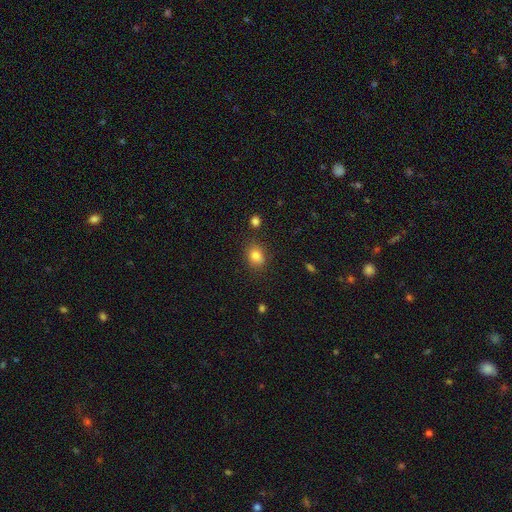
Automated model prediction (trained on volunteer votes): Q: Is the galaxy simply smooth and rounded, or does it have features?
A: smooth — 82%.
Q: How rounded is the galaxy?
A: round — 51%.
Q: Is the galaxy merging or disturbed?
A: none — 80%.